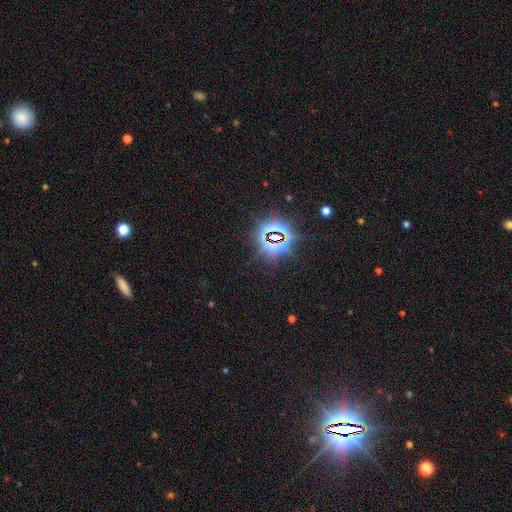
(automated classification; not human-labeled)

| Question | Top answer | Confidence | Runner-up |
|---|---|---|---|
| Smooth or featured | star or artifact | 81% | smooth (11%) |